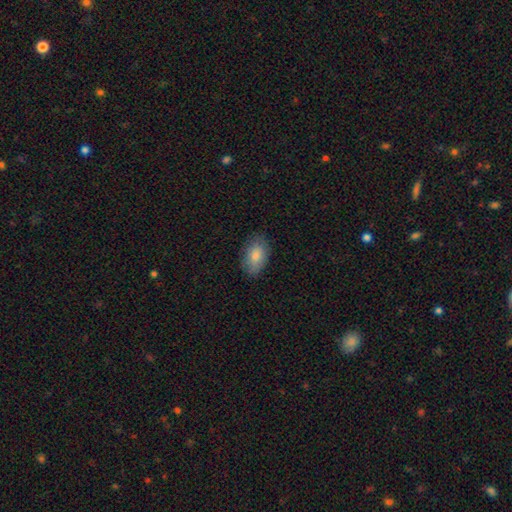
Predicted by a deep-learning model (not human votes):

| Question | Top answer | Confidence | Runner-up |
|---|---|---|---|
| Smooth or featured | smooth | 83% | featured or disk (10%) |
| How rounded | in between | 91% | round (7%) |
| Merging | none | 81% | minor disturbance (15%) |